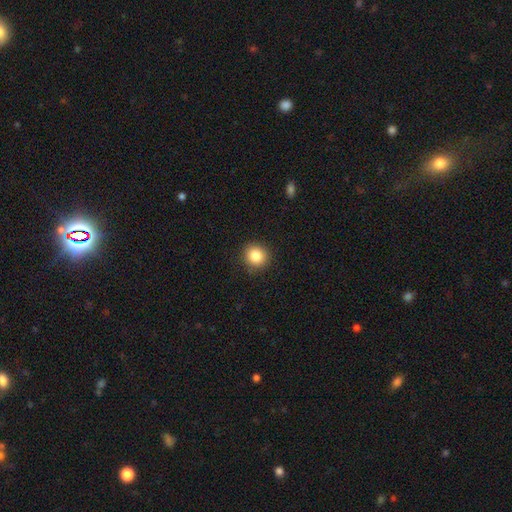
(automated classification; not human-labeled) smooth_or_featured: smooth (p=0.84) [alt: star or artifact p=0.11]
how_rounded: round (p=0.91) [alt: in between p=0.08]
merging: none (p=0.90) [alt: minor disturbance p=0.06]